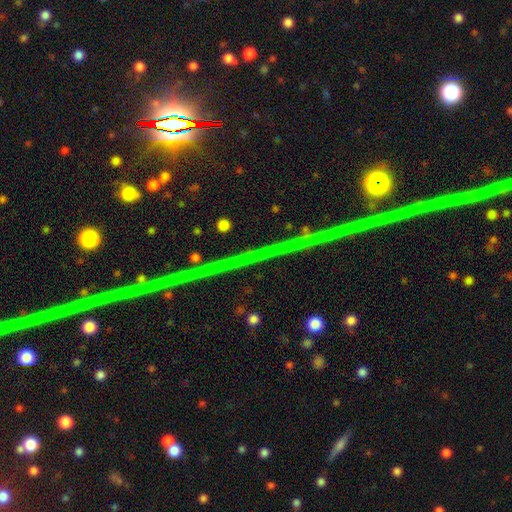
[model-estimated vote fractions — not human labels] smooth_or_featured: star or artifact (p=0.84) [alt: featured or disk p=0.11]